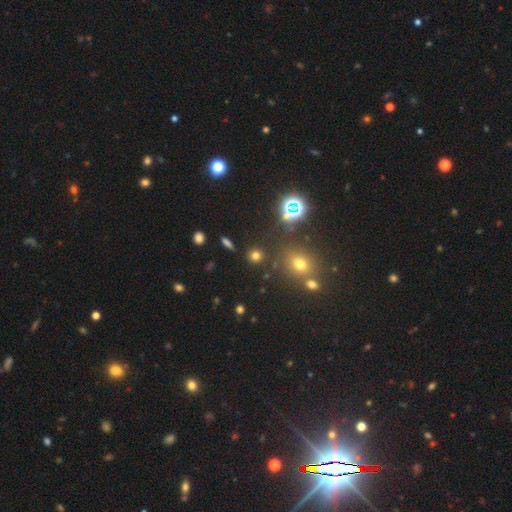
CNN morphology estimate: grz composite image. It shows a smooth galaxy with no disk features (65%) that is round (86%). Merging: none (85%).